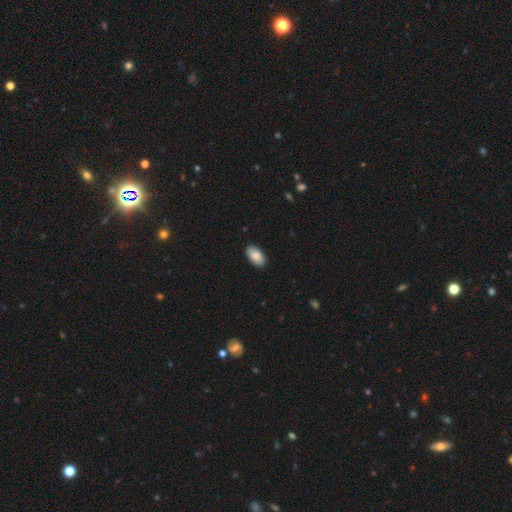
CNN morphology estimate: smooth 88%, star or artifact 6%, featured or disk 5%. Down the decision tree: how rounded — in between (95%); merging — none (90%).